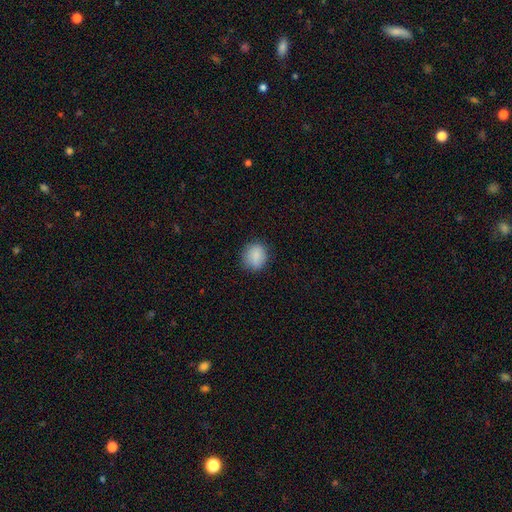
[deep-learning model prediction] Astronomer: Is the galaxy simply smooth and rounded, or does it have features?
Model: smooth — 87%.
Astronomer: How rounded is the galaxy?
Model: round — 79%.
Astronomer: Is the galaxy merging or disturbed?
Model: none — 83%.